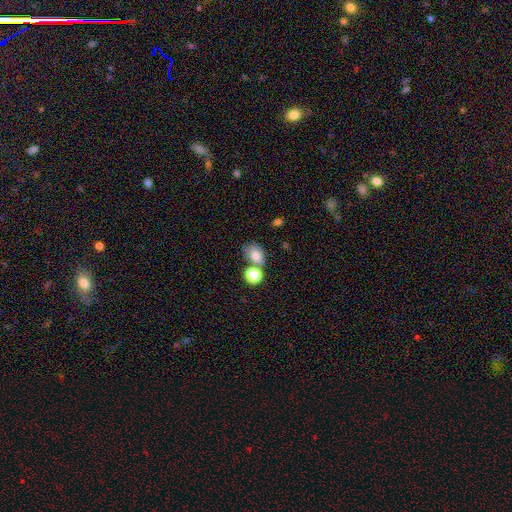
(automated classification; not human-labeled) Smooth or featured?
  - smooth: 77% *
  - star or artifact: 12%
  - featured or disk: 11%
How rounded?
  - in between: 68% *
  - round: 31%
  - cigar-shaped: 1%
Merging?
  - none: 47% *
  - merger: 30%
  - minor disturbance: 16%
  - major disturbance: 7%